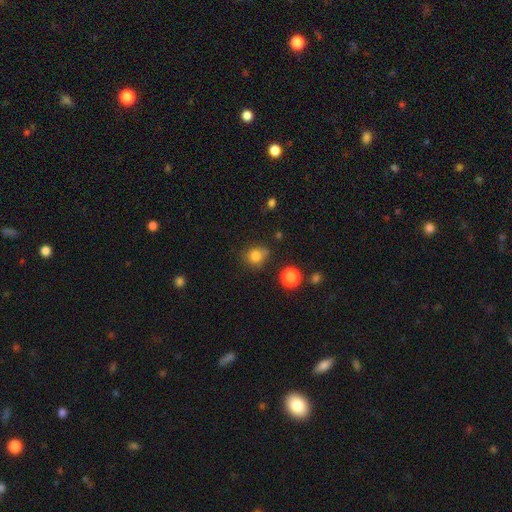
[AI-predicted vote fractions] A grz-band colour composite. It shows a smooth galaxy with no disk features (81%) that is round (80%). Merging: none (68%).